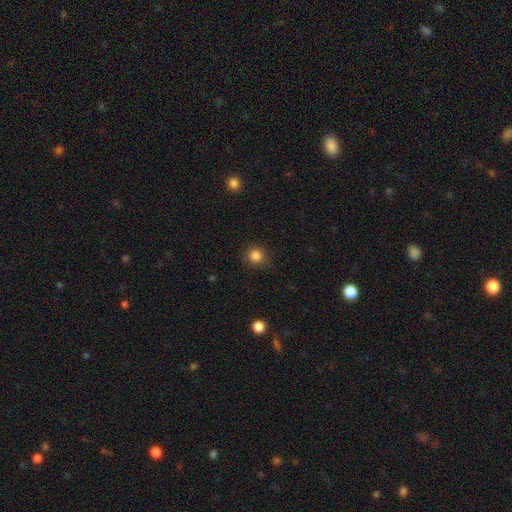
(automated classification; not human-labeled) Smooth or featured? smooth (84%)
How rounded? round (91%)
Merging? none (86%)